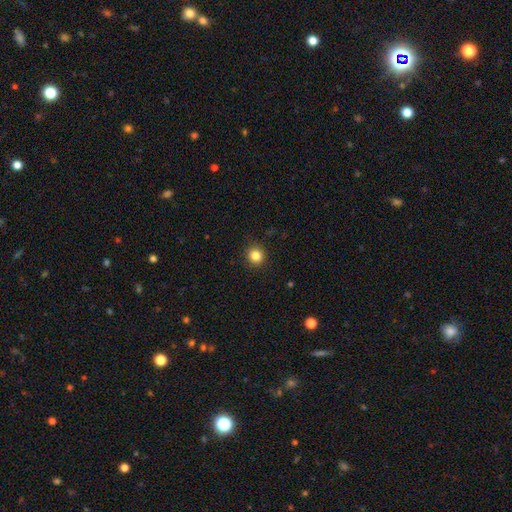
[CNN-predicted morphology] A smooth galaxy with no disk features (83%) that is round (91%).

Vote fractions:
- Smooth or featured? smooth: 83% / star or artifact: 12% / featured or disk: 5%
- How rounded? round: 91% / in between: 8% / cigar-shaped: 1%
- Merging? none: 91% / minor disturbance: 6% / major disturbance: 2% / merger: 1%